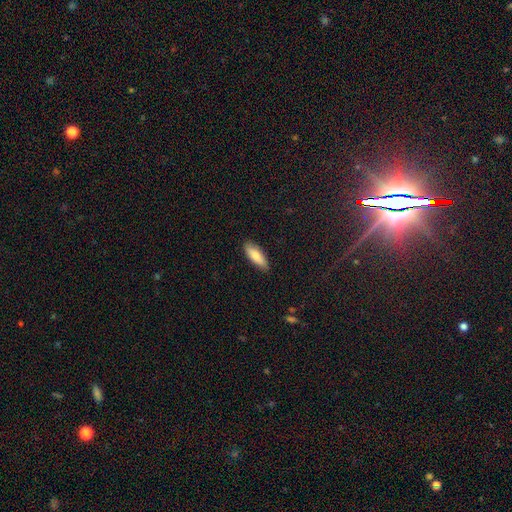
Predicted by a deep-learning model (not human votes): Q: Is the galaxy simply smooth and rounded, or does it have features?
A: smooth — 80%.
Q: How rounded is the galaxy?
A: in between — 61%.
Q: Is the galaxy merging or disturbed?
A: none — 85%.